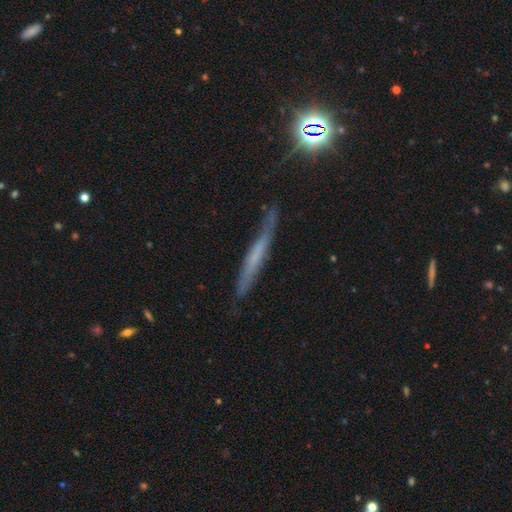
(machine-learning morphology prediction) Overall: featured or disk (51%; smooth 37%). Edge-on disk: yes (88%). Merging: none (70%).